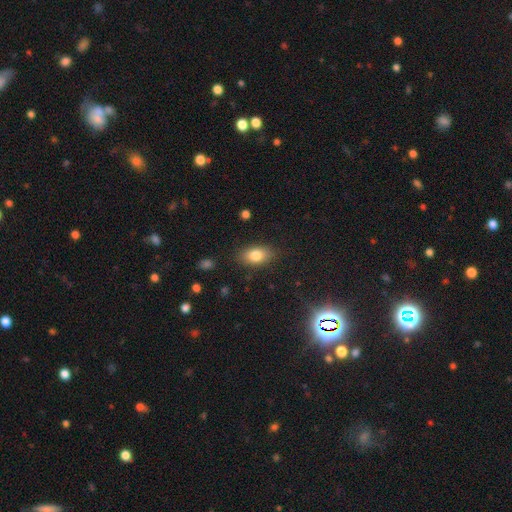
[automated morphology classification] Smooth or featured?
  - smooth: 80% *
  - featured or disk: 11%
  - star or artifact: 9%
How rounded?
  - in between: 87% *
  - round: 10%
  - cigar-shaped: 3%
Merging?
  - none: 84% *
  - minor disturbance: 12%
  - major disturbance: 3%
  - merger: 1%